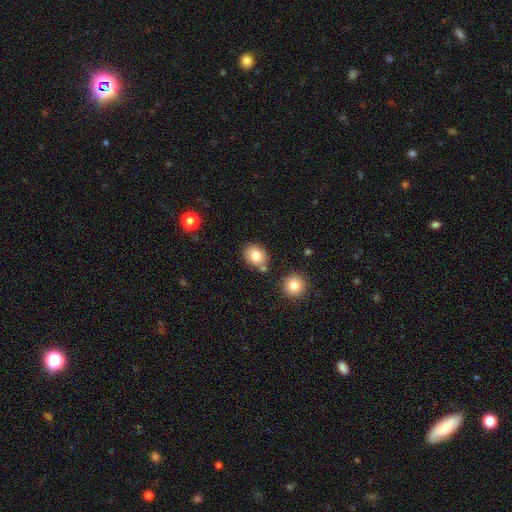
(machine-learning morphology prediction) This appears to be a smooth galaxy with no disk features (80%) that is round (56%). Merging: none (72%).